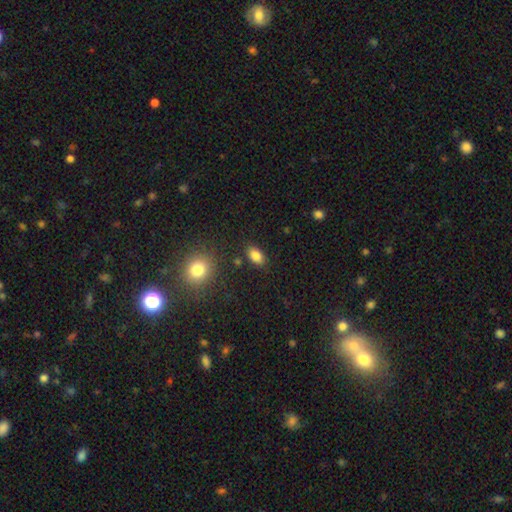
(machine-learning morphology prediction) smooth 84%, star or artifact 9%, featured or disk 6%. Down the decision tree: how rounded — in between (89%); merging — none (85%).